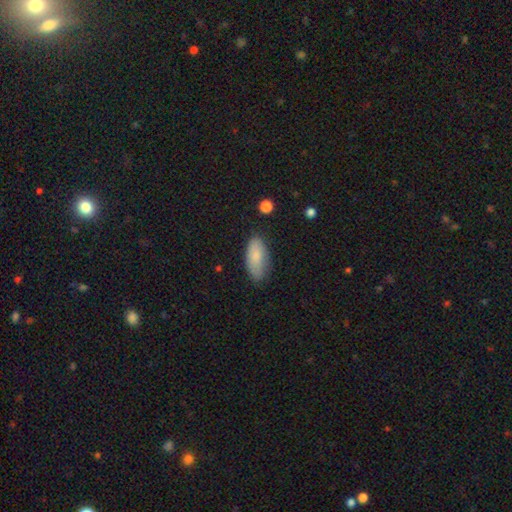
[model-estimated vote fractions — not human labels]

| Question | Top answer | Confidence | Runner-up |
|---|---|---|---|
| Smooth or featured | smooth | 82% | featured or disk (12%) |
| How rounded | in between | 88% | cigar-shaped (10%) |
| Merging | none | 75% | minor disturbance (19%) |